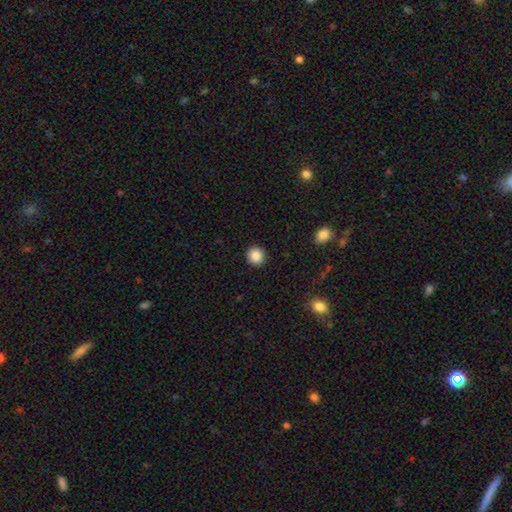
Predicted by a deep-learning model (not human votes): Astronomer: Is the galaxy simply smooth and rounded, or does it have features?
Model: smooth — 87%.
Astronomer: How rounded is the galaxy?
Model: round — 89%.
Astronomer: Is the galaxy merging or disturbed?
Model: none — 92%.